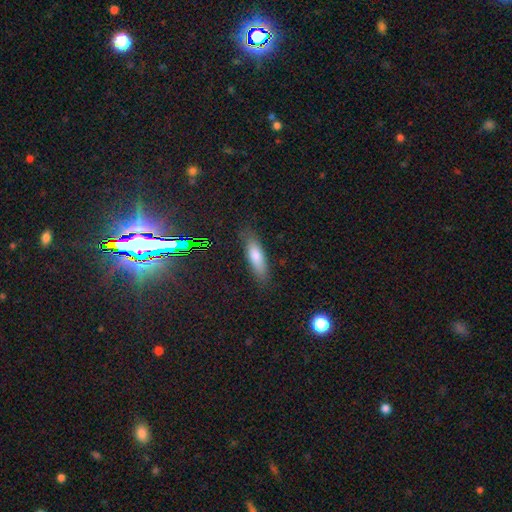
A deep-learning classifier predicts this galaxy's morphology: This appears to be a smooth galaxy with no disk features (76%) that is cigar-shaped (52%). Merging: none (83%).